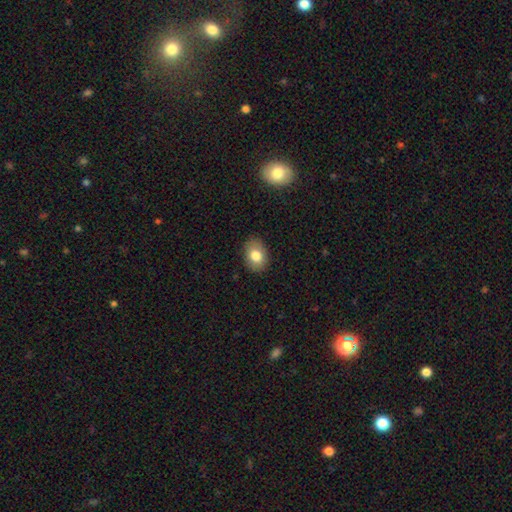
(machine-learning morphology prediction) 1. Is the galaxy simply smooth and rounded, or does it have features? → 80% smooth, 11% featured or disk, 9% star or artifact.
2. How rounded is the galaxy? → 74% in between, 25% round, 1% cigar-shaped.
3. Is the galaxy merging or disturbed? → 86% none, 11% minor disturbance, 3% major disturbance, 1% merger.